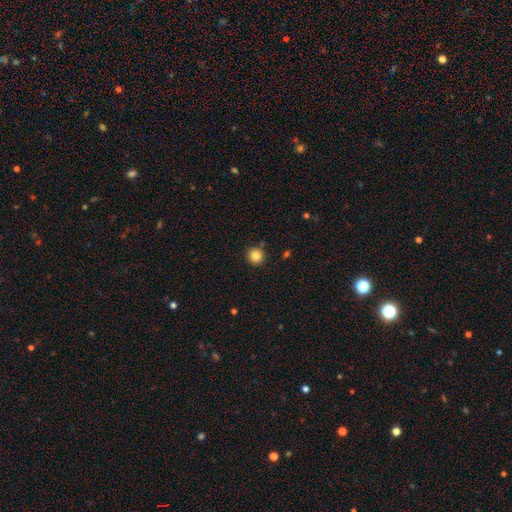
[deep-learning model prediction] A smooth galaxy with no disk features (84%) that is round (94%). Merging: none (88%).